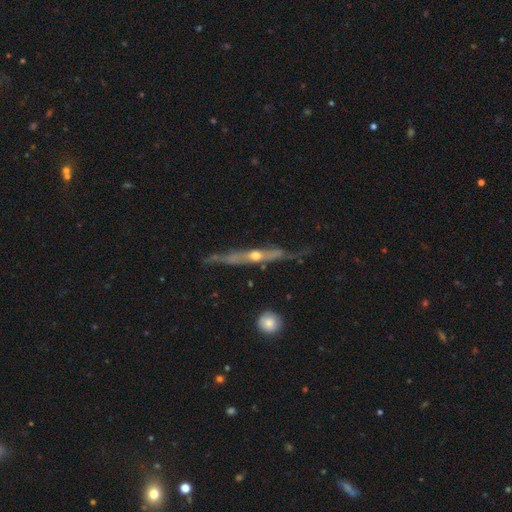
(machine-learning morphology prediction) featured or disk 77%, smooth 18%, star or artifact 5%. Down the decision tree: edge-on disk — yes (87%); edge-on bulge — rounded (79%); merging — none (59%).